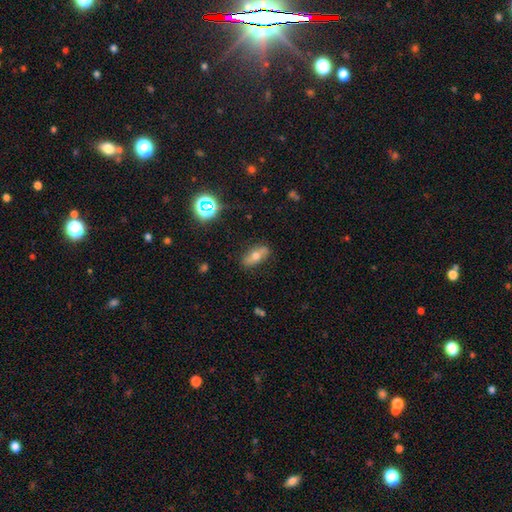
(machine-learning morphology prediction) This is possibly a smooth galaxy (51%). How rounded: likely in between (72%). Merging: clearly none (84%).